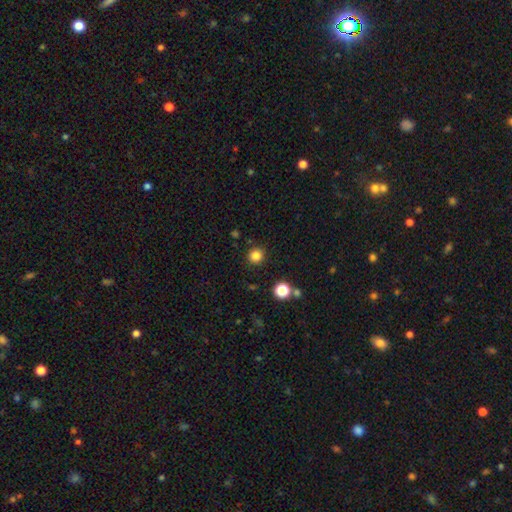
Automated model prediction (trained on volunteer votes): This appears to be a smooth galaxy with no disk features (83%) that is round (93%). Merging: none (90%).